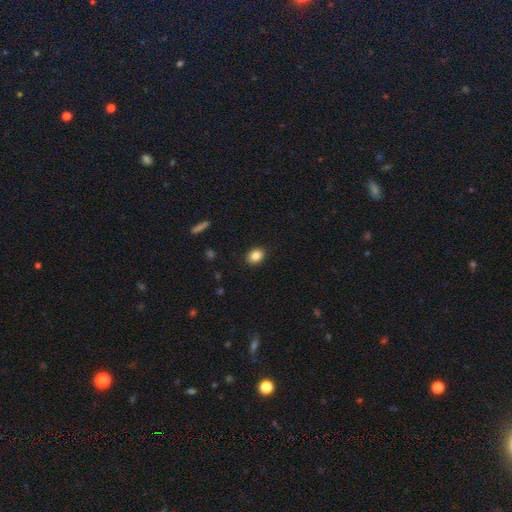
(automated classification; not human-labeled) smooth-or-featured: smooth: 86% | star or artifact: 9% | featured or disk: 5%
  how-rounded: in between: 55% | round: 44% | cigar-shaped: 1%
  merging: none: 89% | minor disturbance: 8% | major disturbance: 2% | merger: 1%